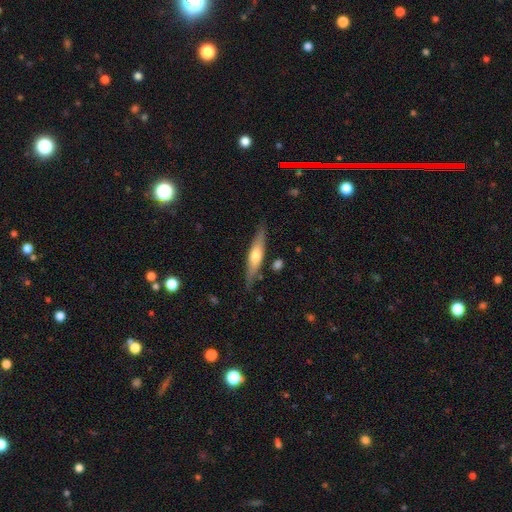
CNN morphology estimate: The model was most divided on "smooth or featured": featured or disk: 50%, smooth: 45%, star or artifact: 5%. More confident: merging — none (81%).